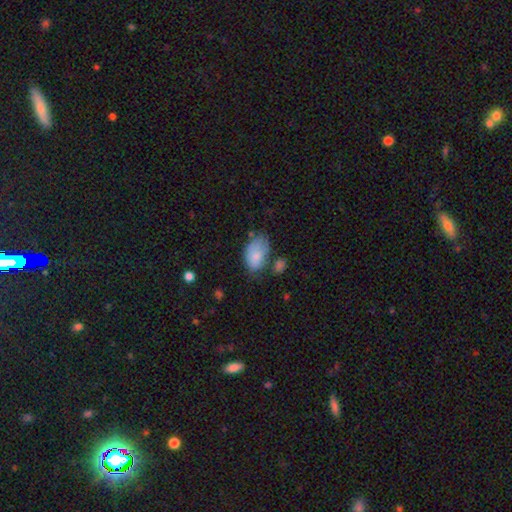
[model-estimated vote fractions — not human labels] Smooth or featured? Predicted: smooth (p=0.78). How rounded? Predicted: in between (p=0.91). Merging? Predicted: none (p=0.41).